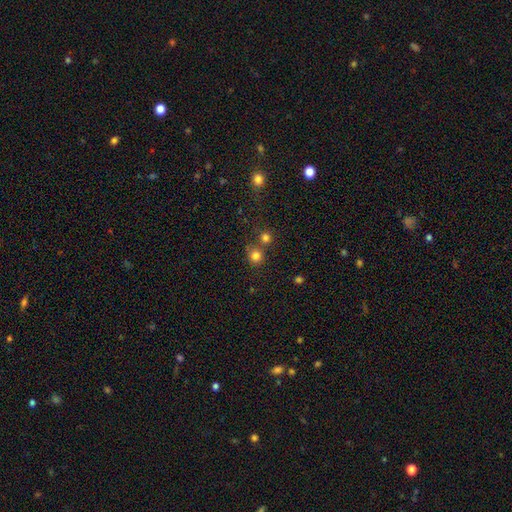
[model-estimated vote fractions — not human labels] Smooth or featured? Predicted: smooth (p=0.80). How rounded? Predicted: round (p=0.88). Merging? Predicted: none (p=0.65).